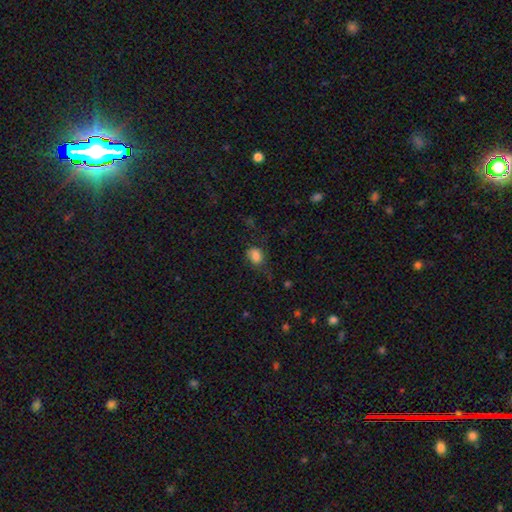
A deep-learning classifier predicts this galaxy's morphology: Smooth or featured?
  - smooth: 83% *
  - star or artifact: 11%
  - featured or disk: 7%
How rounded?
  - in between: 60% *
  - round: 39%
  - cigar-shaped: 1%
Merging?
  - none: 57% *
  - minor disturbance: 29%
  - major disturbance: 13%
  - merger: 2%